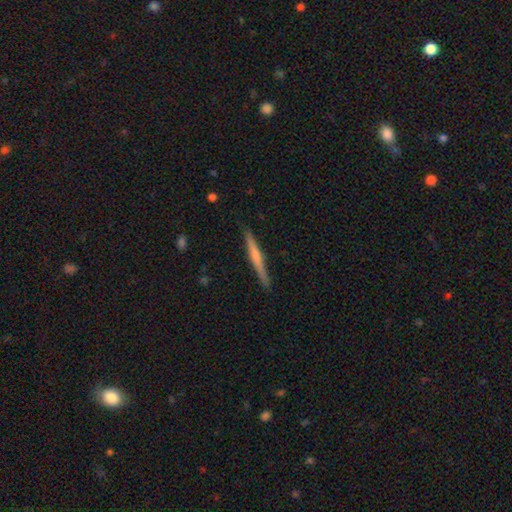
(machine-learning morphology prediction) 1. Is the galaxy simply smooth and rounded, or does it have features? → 52% featured or disk, 42% smooth, 6% star or artifact.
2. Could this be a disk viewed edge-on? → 98% yes, 2% no.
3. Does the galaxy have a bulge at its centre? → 48% rounded, 41% none, 11% boxy.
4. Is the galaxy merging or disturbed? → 89% none, 8% minor disturbance, 2% major disturbance, 1% merger.